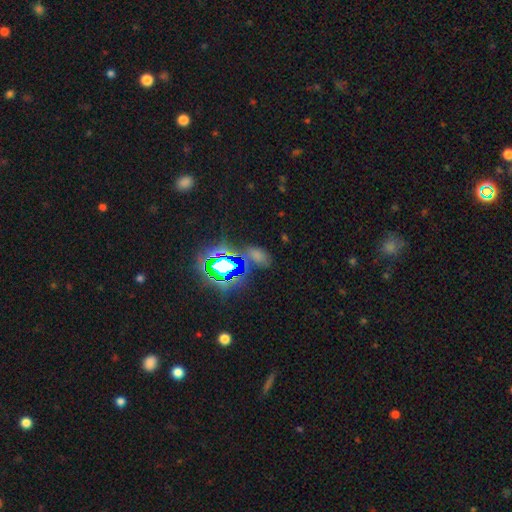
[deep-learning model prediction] smooth-or-featured: star or artifact: 49% | smooth: 40% | featured or disk: 11%